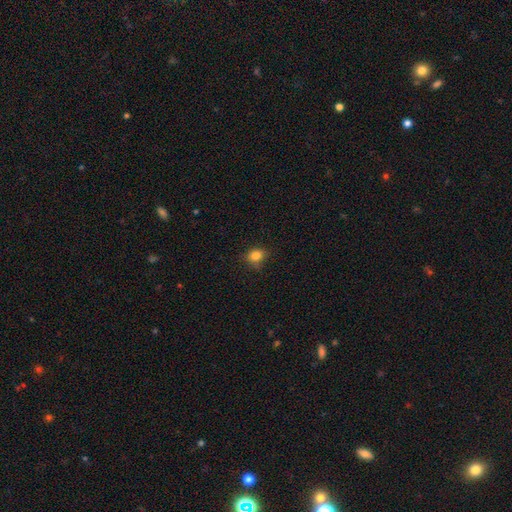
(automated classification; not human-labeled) This appears to be a smooth galaxy with no disk features (83%) that is round (61%). Merging: none (76%).